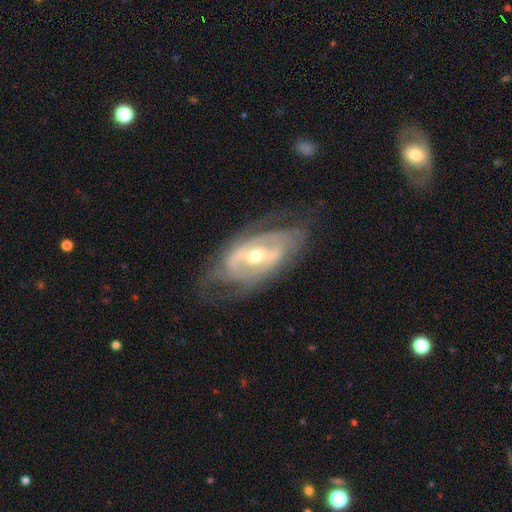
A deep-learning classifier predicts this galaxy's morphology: Smooth or featured: featured or disk — 84% (smooth — 11%)
Edge-on disk: no — 92% (yes — 8%)
Bar: strong — 38% (weak — 36%)
Spiral arms: yes — 74% (no — 26%)
Spiral winding: tight — 49% (medium — 35%)
Spiral arm count: 2 — 48% (can't tell — 35%)
Bulge size: moderate — 66% (small — 28%)
Merging: none — 66% (minor disturbance — 20%)